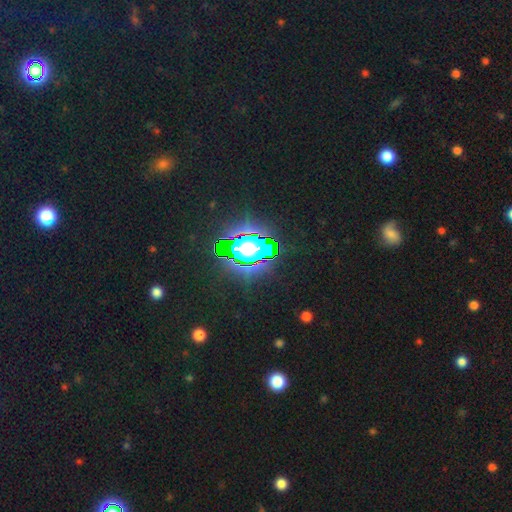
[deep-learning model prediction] This appears to be a star or artifact, not a galaxy (75%).